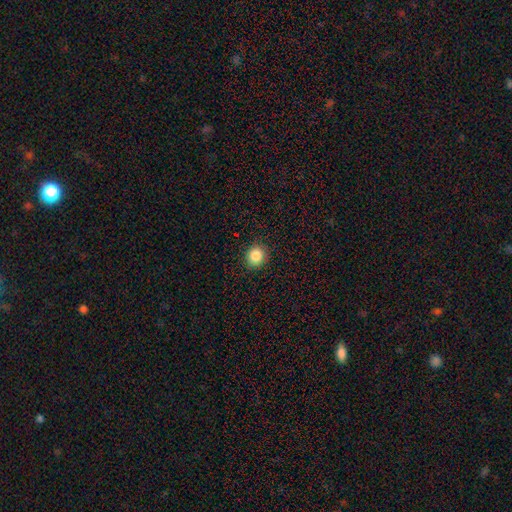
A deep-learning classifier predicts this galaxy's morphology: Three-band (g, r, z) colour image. It shows a smooth galaxy with no disk features (86%) that is round (86%). Merging: none (91%).